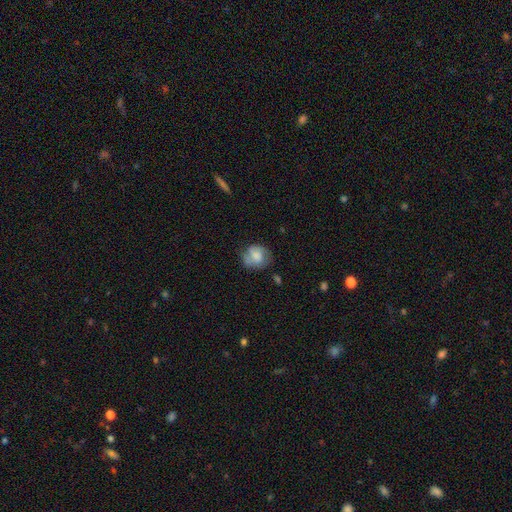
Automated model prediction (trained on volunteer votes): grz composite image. It shows a smooth galaxy with no disk features (56%) that is round (62%). Merging: none (53%).